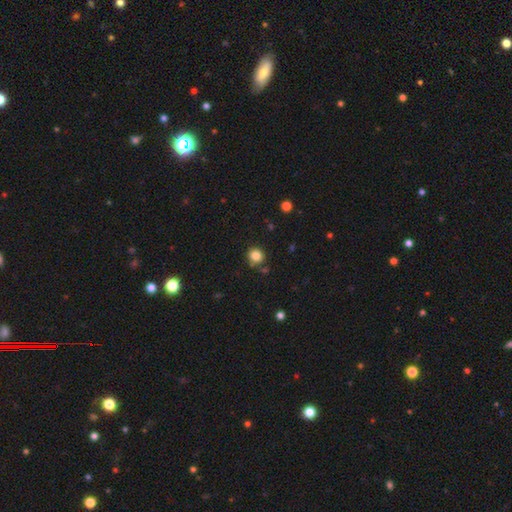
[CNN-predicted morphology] A smooth galaxy with no disk features (83%) that is round (87%).

Vote fractions:
- Smooth or featured? smooth: 83% / star or artifact: 12% / featured or disk: 5%
- How rounded? round: 87% / in between: 12% / cigar-shaped: 1%
- Merging? none: 81% / minor disturbance: 10% / merger: 5% / major disturbance: 3%